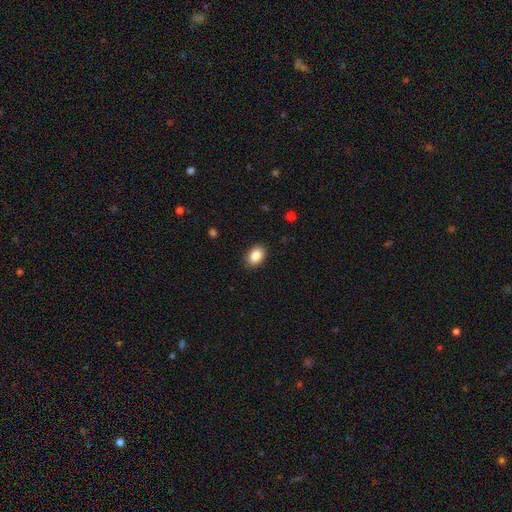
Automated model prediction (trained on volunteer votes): Smooth or featured? smooth (88%)
How rounded? in between (81%)
Merging? none (88%)